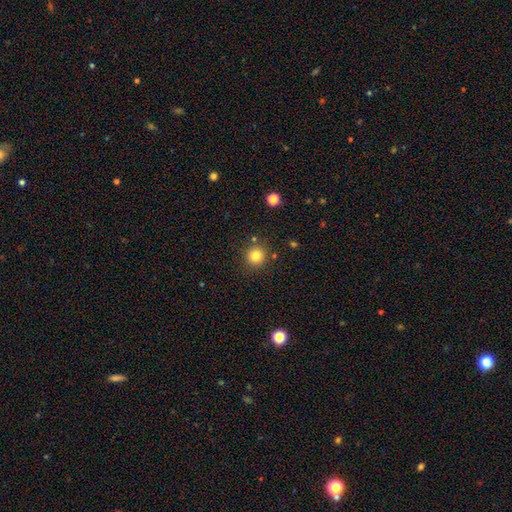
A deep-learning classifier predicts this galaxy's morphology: Smooth or featured: smooth — 81% (star or artifact — 12%)
How rounded: round — 93% (in between — 7%)
Merging: none — 85% (minor disturbance — 8%)